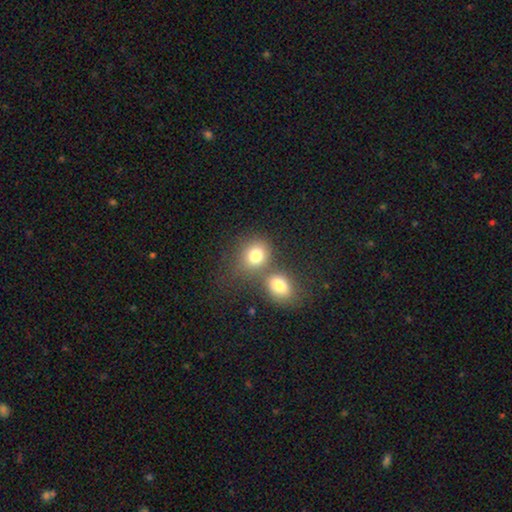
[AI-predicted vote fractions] The model was most divided on "merging": none: 49%, merger: 38%, minor disturbance: 9%, major disturbance: 4%. More confident: smooth or featured — smooth (79%); how rounded — round (67%).